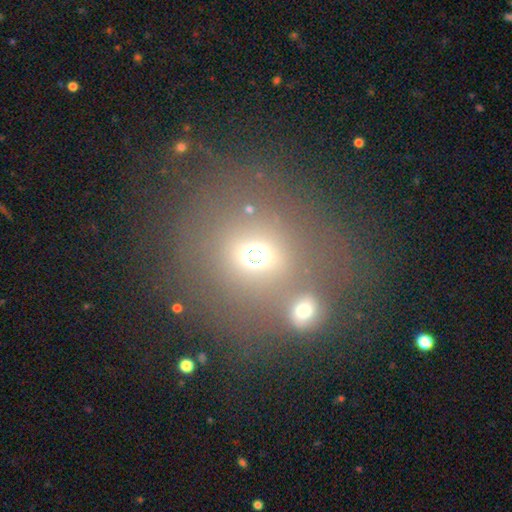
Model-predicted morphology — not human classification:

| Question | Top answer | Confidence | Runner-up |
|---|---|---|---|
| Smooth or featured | smooth | 65% | star or artifact (23%) |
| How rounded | round | 74% | in between (25%) |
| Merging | none | 51% | merger (32%) |